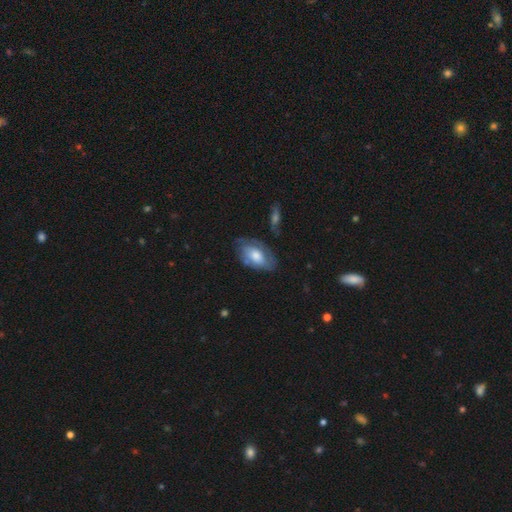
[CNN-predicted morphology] Smooth or featured? featured or disk (48%)
Merging? none (58%)